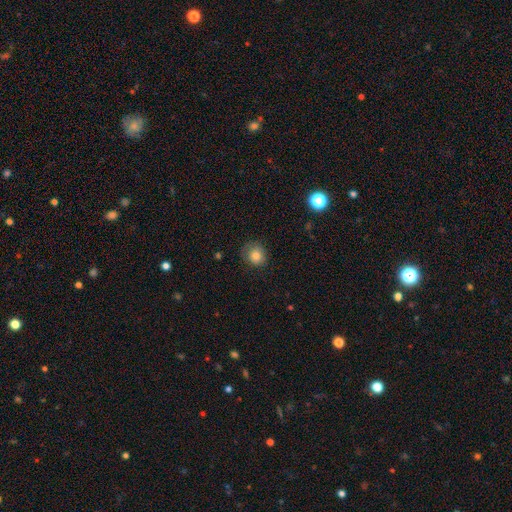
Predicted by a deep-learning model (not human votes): This is clearly a smooth galaxy (82%). How rounded: clearly round (81%). Merging: likely none (71%).